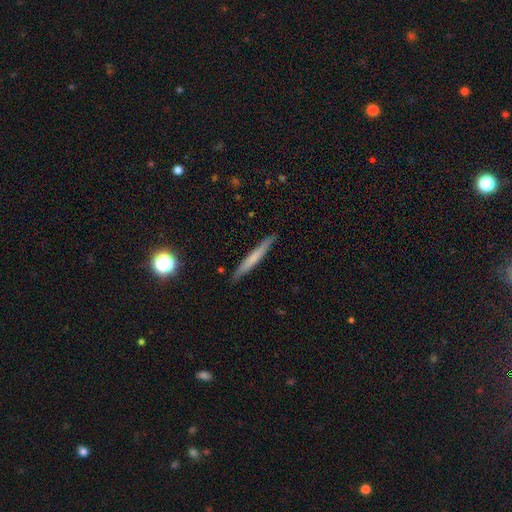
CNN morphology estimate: This is possibly a smooth galaxy (54%). How rounded: clearly cigar-shaped (96%). Merging: clearly none (91%).